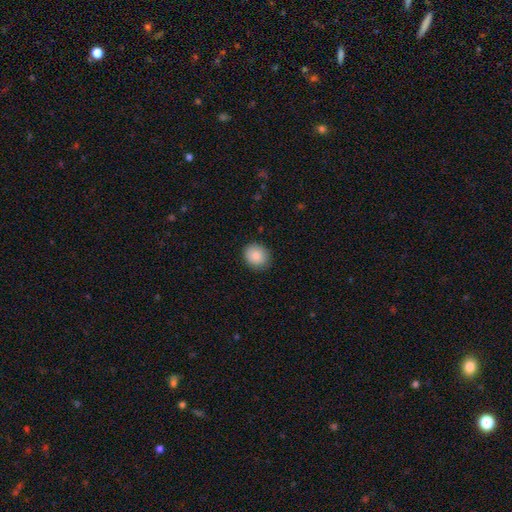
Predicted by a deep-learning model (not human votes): smooth 85%, star or artifact 8%, featured or disk 7%. Down the decision tree: how rounded — round (71%); merging — none (87%).